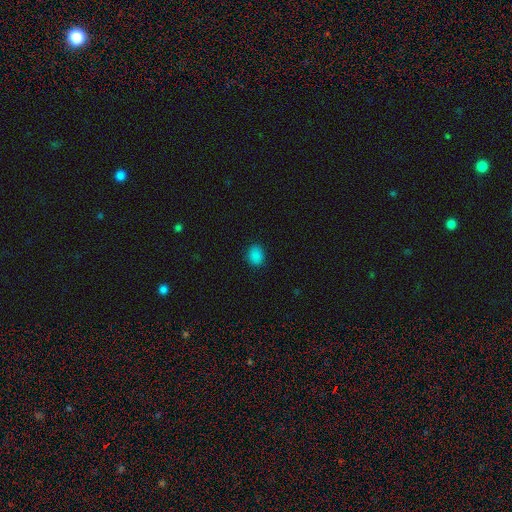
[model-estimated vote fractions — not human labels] Smooth or featured? Predicted: smooth (p=0.84). How rounded? Predicted: round (p=0.51). Merging? Predicted: none (p=0.86).